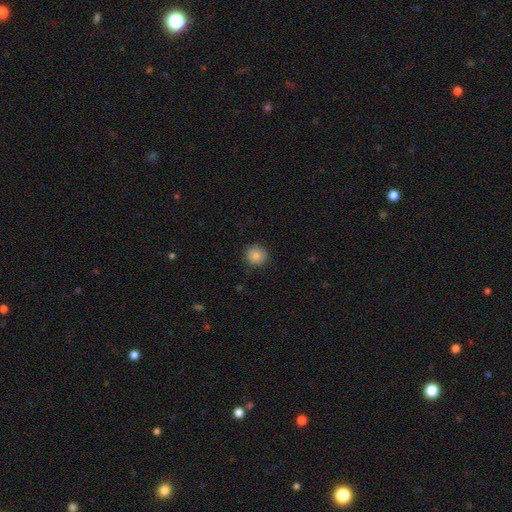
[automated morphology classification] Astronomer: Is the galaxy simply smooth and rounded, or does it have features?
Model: smooth — 86%.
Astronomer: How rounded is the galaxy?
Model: round — 92%.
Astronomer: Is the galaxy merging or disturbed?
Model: none — 87%.